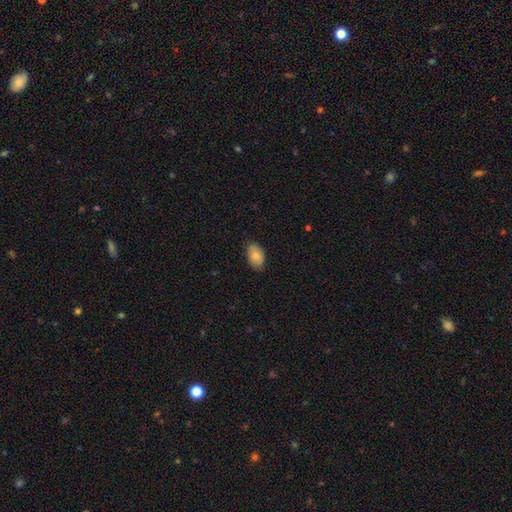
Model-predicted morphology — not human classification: Overall: smooth (82%). How rounded: in between (91%). Merging: none (81%).